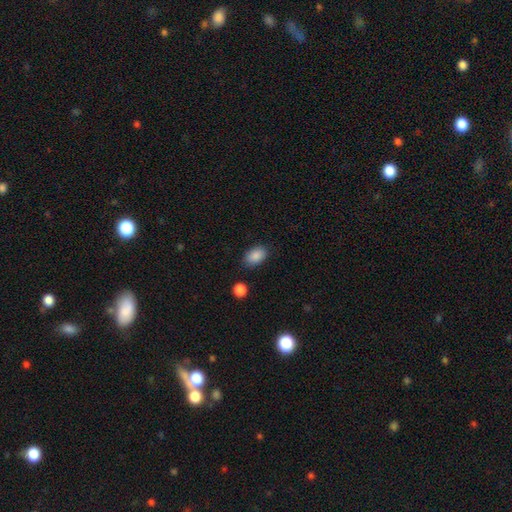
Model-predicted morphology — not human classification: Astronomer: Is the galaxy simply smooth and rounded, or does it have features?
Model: smooth — 88%.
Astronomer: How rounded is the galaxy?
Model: in between — 89%.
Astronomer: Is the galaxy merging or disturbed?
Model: none — 83%.